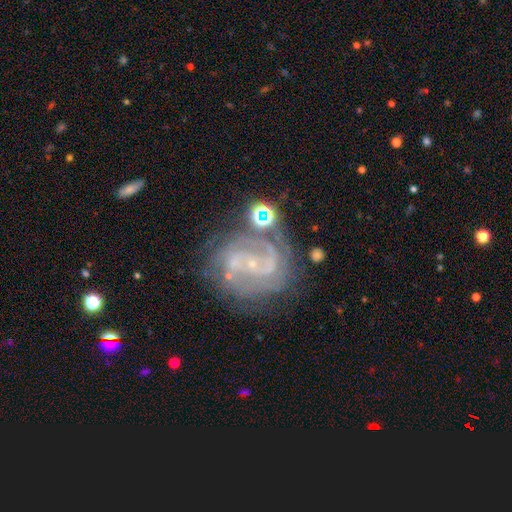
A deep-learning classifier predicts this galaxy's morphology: smooth-or-featured: featured or disk: 82% | star or artifact: 11% | smooth: 8%
  disk-edge-on: no: 98% | yes: 2%
    bar: no: 46% | weak: 40% | strong: 15%
    has-spiral-arms: yes: 94% | no: 6%
      spiral-winding: tight: 45% | medium: 43% | loose: 13%
      spiral-arm-count: 2: 48% | can't tell: 20% | 3: 15% | 4: 6% | 1: 5% | more than 4: 5%
    bulge-size: small: 80% | moderate: 9% | none: 8% | large: 1% | dominant: 1%
  merging: none: 62% | minor disturbance: 17% | major disturbance: 10% | merger: 10%